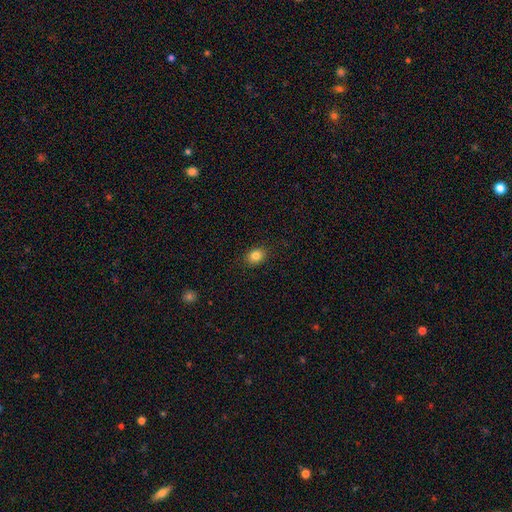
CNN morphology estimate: Smooth or featured?
  - smooth: 83% *
  - star or artifact: 11%
  - featured or disk: 7%
How rounded?
  - in between: 54% *
  - round: 45%
  - cigar-shaped: 1%
Merging?
  - none: 89% *
  - minor disturbance: 8%
  - major disturbance: 2%
  - merger: 1%